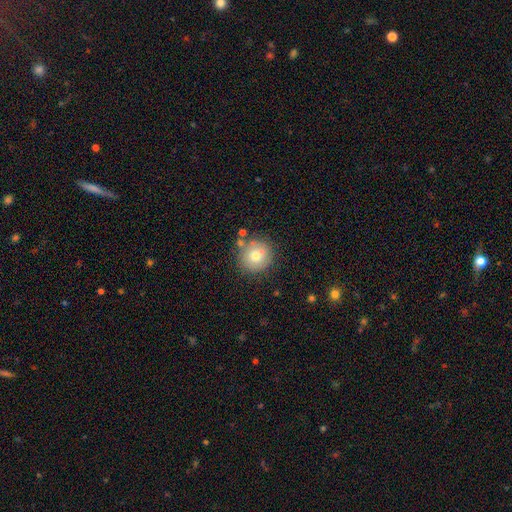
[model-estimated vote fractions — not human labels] A smooth galaxy with no disk features (75%) that is round (93%). Merging: none (79%).